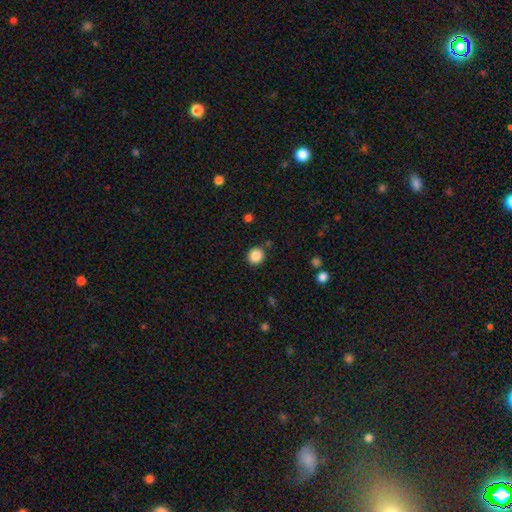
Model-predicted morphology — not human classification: Overall: smooth (87%). How rounded: round (89%). Merging: none (87%).